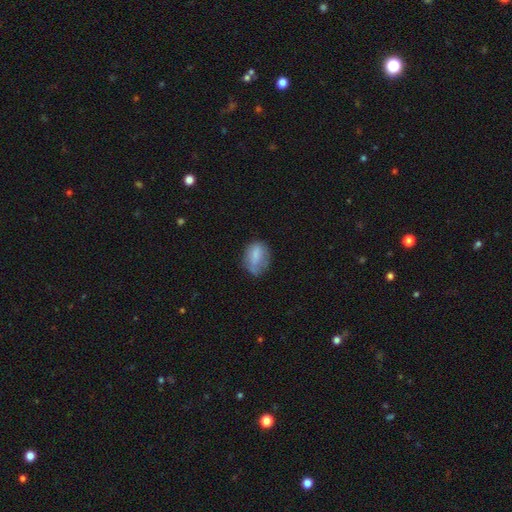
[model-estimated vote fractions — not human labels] Smooth or featured?
  - smooth: 73% *
  - featured or disk: 19%
  - star or artifact: 8%
How rounded?
  - in between: 77% *
  - round: 21%
  - cigar-shaped: 2%
Merging?
  - none: 53% *
  - minor disturbance: 32%
  - major disturbance: 12%
  - merger: 2%